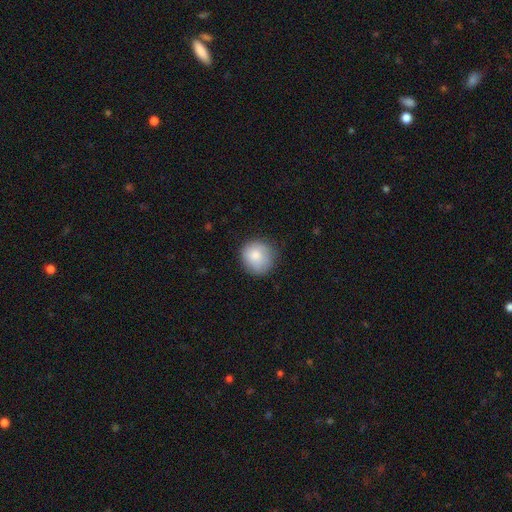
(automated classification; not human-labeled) smooth_or_featured: smooth (p=0.83) [alt: featured or disk p=0.10]
how_rounded: round (p=0.92) [alt: in between p=0.07]
merging: none (p=0.80) [alt: minor disturbance p=0.16]